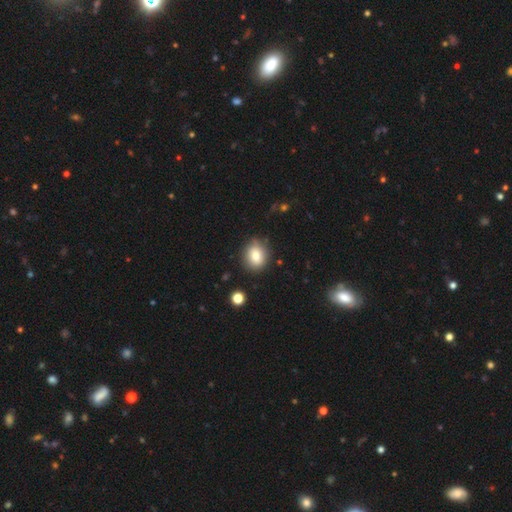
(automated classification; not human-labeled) Morphology: type=smooth (80%); roundness=round (58%); merging=none (82%).